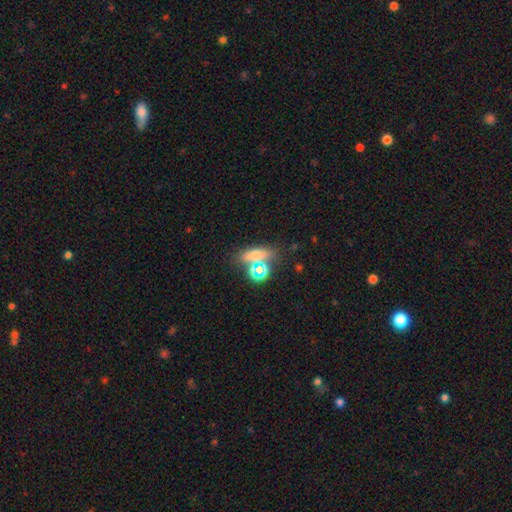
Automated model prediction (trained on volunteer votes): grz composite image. It shows a smooth galaxy with no disk features (63%) that is in between round and cigar-shaped (57%). Merging: none (60%).